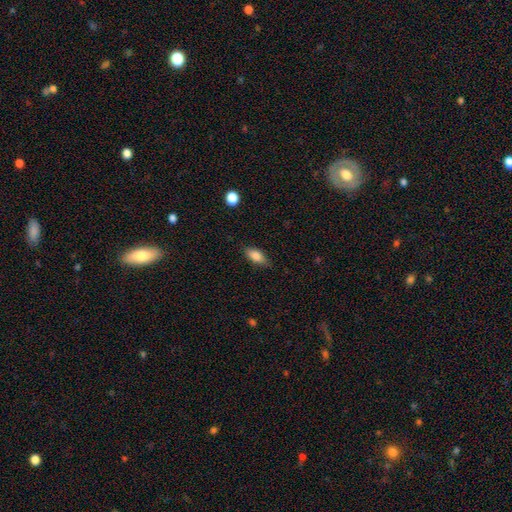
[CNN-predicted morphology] A smooth galaxy with no disk features (83%) that is in between round and cigar-shaped (84%). Merging: none (78%).